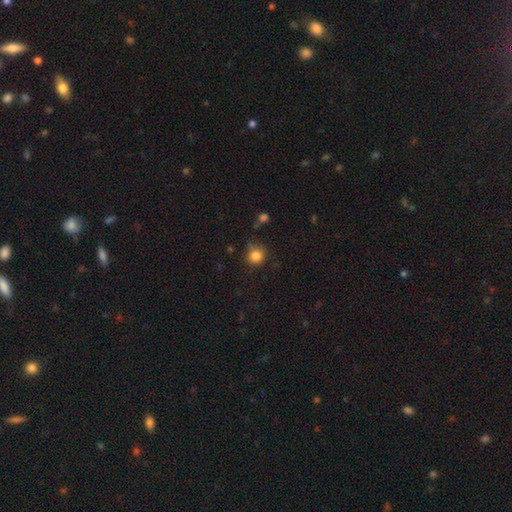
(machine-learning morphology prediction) type=smooth (83%); roundness=round (88%); merging=none (72%).